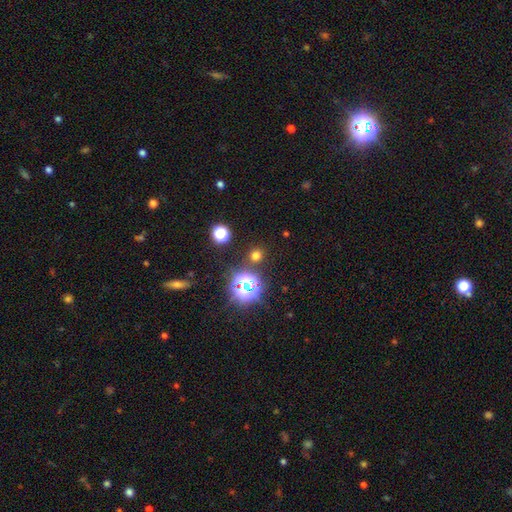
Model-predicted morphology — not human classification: A smooth galaxy with no disk features (60%) that is round (88%). Merging: none (86%).